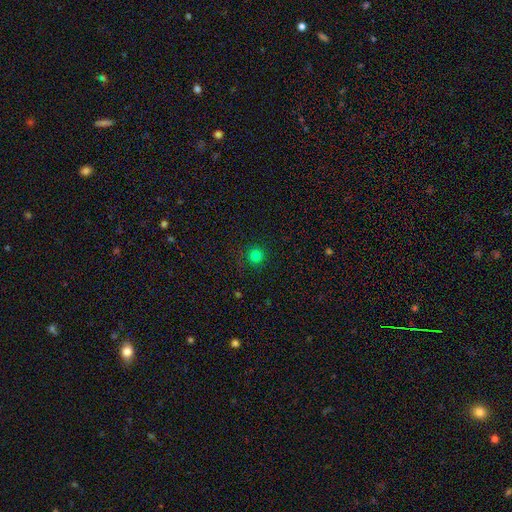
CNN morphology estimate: Smooth or featured: smooth — 79% (star or artifact — 16%)
How rounded: round — 95% (in between — 4%)
Merging: none — 88% (minor disturbance — 8%)